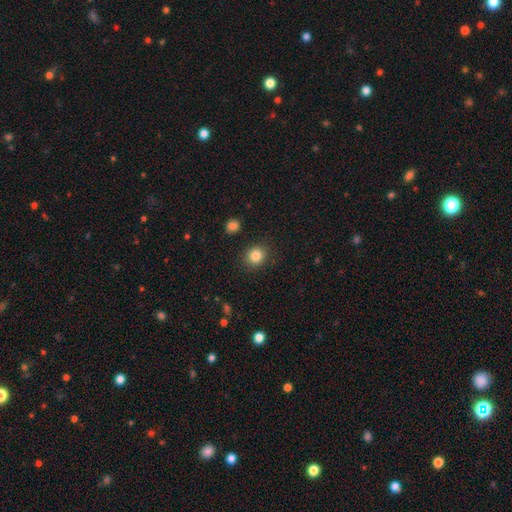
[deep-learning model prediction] A smooth galaxy with no disk features (84%) that is round (77%).

Vote fractions:
- Smooth or featured? smooth: 84% / star or artifact: 11% / featured or disk: 5%
- How rounded? round: 77% / in between: 22% / cigar-shaped: 1%
- Merging? none: 89% / minor disturbance: 7% / major disturbance: 2% / merger: 2%